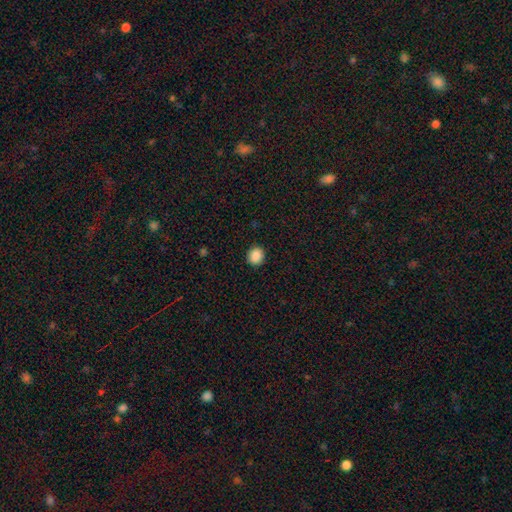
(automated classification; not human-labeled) Q: Smooth or featured?
A: smooth (88%); runner-up: star or artifact (9%)
Q: How rounded?
A: round (77%); runner-up: in between (22%)
Q: Merging?
A: none (91%); runner-up: minor disturbance (6%)